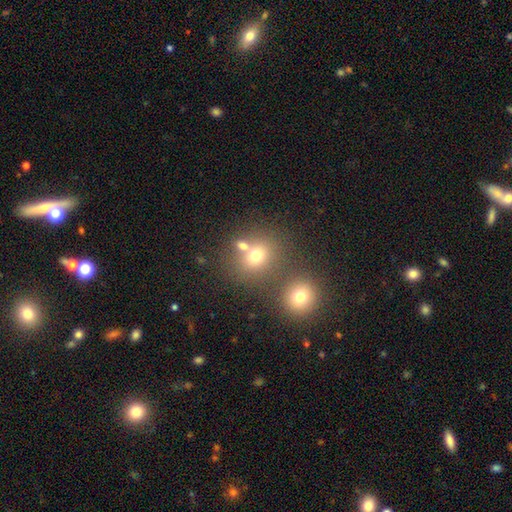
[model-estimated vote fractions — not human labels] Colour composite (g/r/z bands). It shows a smooth galaxy with no disk features (71%) that is round (70%). Merging: none (55%).